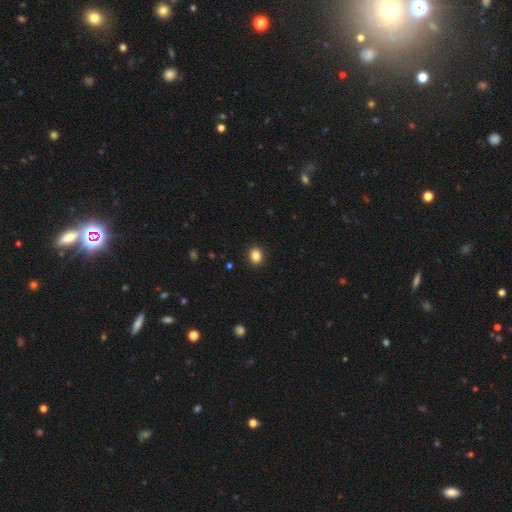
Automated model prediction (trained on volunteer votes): Smooth or featured: smooth — 85% (star or artifact — 10%)
How rounded: round — 55% (in between — 44%)
Merging: none — 91% (minor disturbance — 7%)